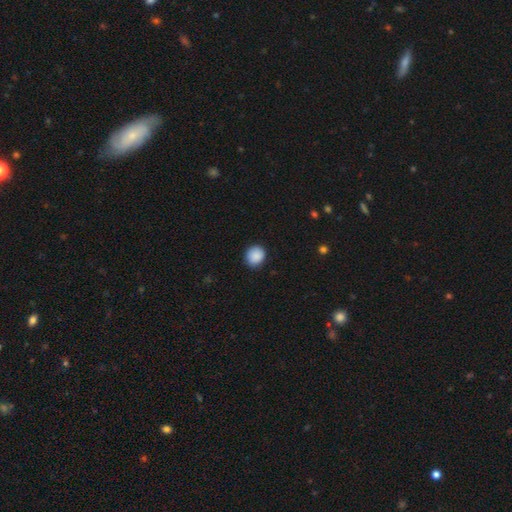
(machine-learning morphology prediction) The model was most divided on "how rounded": round: 81%, in between: 18%, cigar-shaped: 1%. More confident: smooth or featured — smooth (89%); merging — none (89%).